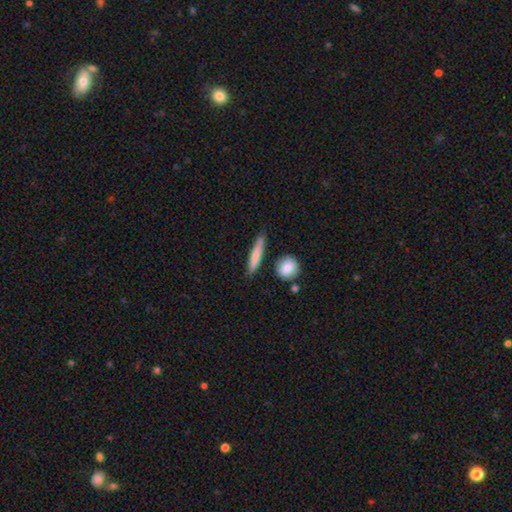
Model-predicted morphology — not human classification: Overall: smooth (73%). How rounded: cigar-shaped (87%). Merging: none (79%).